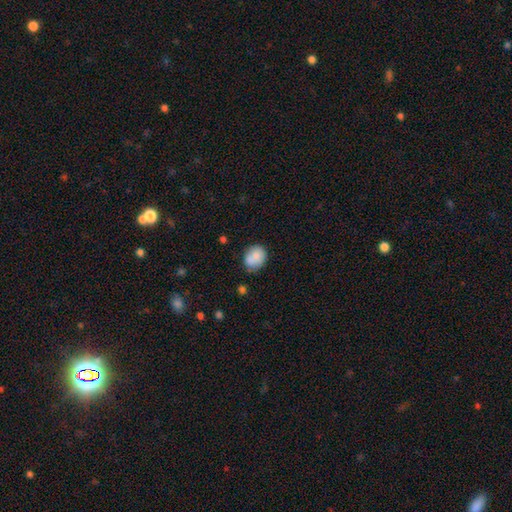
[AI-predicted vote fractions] Overall: smooth (78%). How rounded: round (57%; in between 42%). Merging: none (62%).